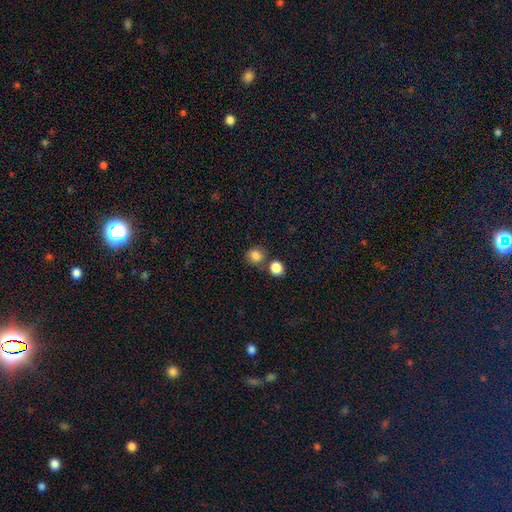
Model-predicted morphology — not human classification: smooth-or-featured: smooth: 83% | star or artifact: 11% | featured or disk: 6%
  how-rounded: round: 78% | in between: 21% | cigar-shaped: 1%
  merging: none: 67% | merger: 18% | minor disturbance: 11% | major disturbance: 4%